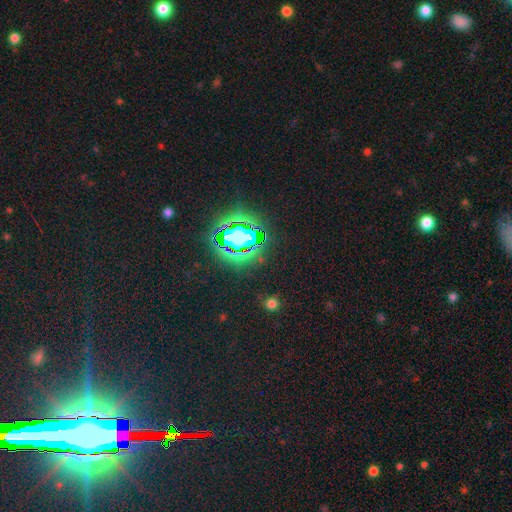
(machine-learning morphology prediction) Smooth or featured: star or artifact — 72% (smooth — 18%)